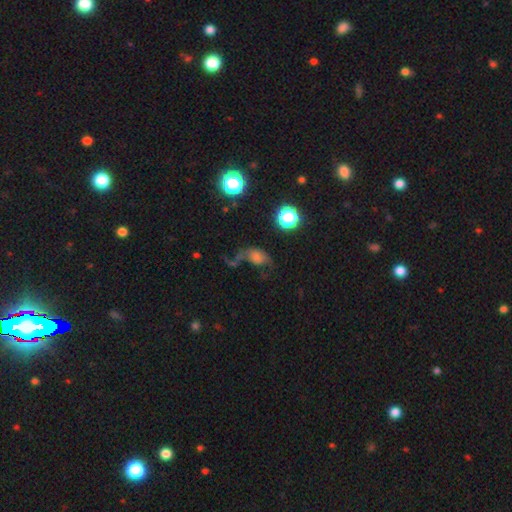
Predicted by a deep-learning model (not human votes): Morphology: type=smooth (58%); roundness=in between (69%); merging=none (34%).